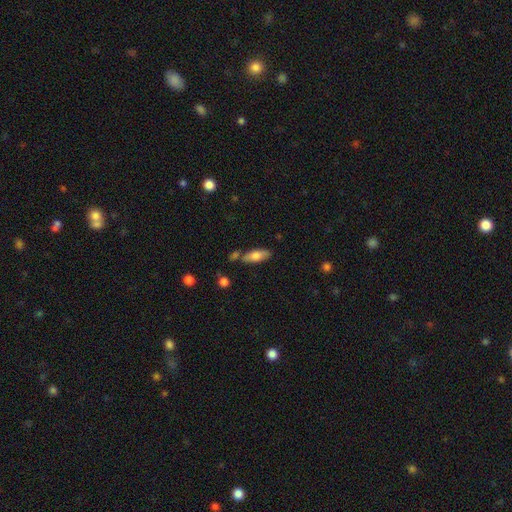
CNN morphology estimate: Smooth or featured: smooth — 70% (featured or disk — 23%)
How rounded: in between — 71% (cigar-shaped — 27%)
Merging: none — 68% (minor disturbance — 16%)